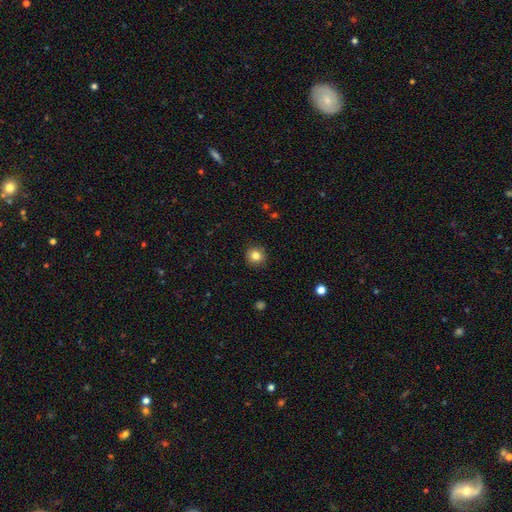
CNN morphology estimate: smooth 83%, star or artifact 10%, featured or disk 6%. Down the decision tree: how rounded — round (92%); merging — none (91%).